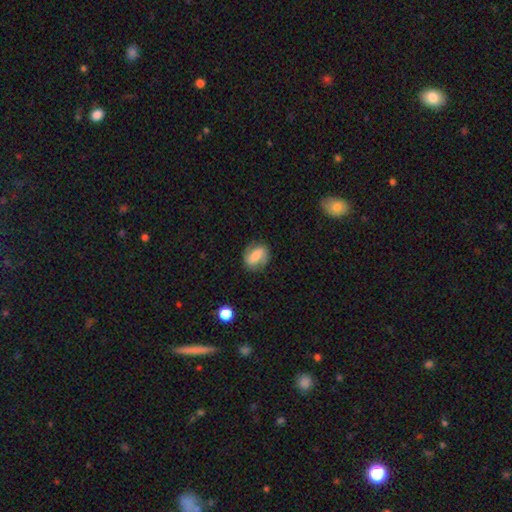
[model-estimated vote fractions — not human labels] Overall: smooth (47%; featured or disk 45%). Merging: none (80%).